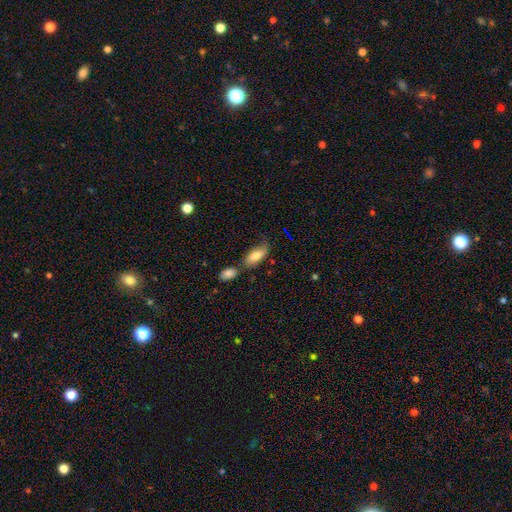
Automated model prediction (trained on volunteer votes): Smooth or featured? smooth (74%)
How rounded? in between (85%)
Merging? none (52%)